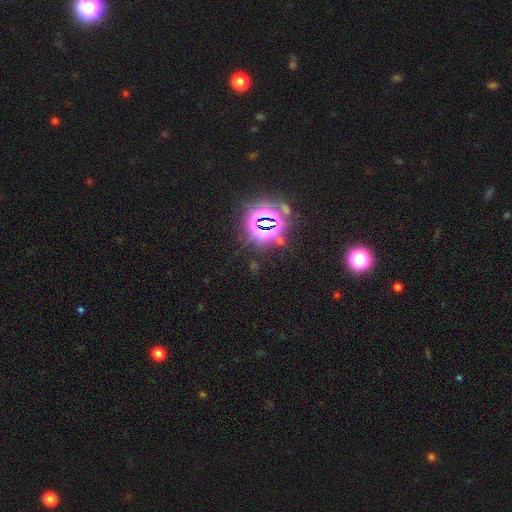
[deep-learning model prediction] Smooth or featured? Predicted: star or artifact (p=0.81).